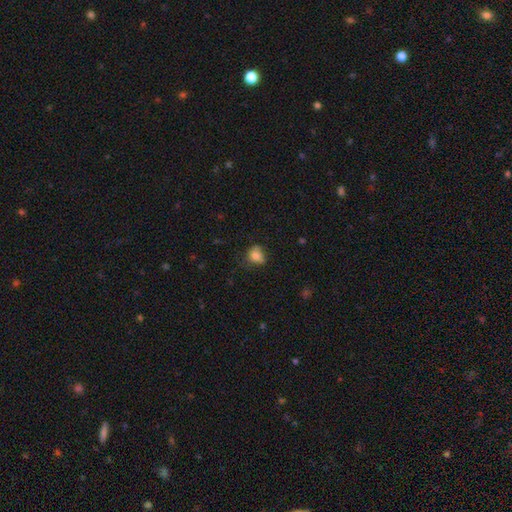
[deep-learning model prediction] Smooth or featured?
  - smooth: 79% *
  - featured or disk: 11%
  - star or artifact: 10%
How rounded?
  - round: 54% *
  - in between: 45%
  - cigar-shaped: 1%
Merging?
  - none: 50% *
  - minor disturbance: 32%
  - major disturbance: 15%
  - merger: 2%